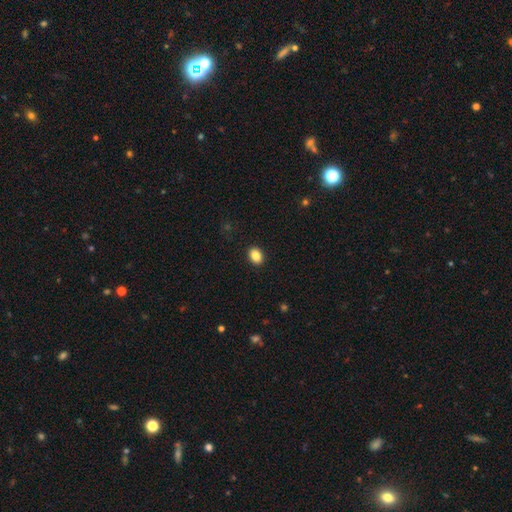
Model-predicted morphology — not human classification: This appears to be a smooth galaxy with no disk features (87%) that is in between round and cigar-shaped (66%). Merging: none (91%).